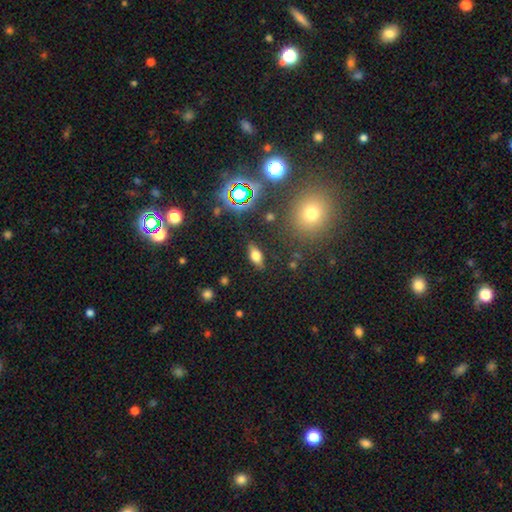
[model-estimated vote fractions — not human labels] smooth_or_featured: smooth (p=0.60) [alt: featured or disk p=0.24]
how_rounded: in between (p=0.78) [alt: cigar-shaped p=0.15]
merging: none (p=0.84) [alt: minor disturbance p=0.10]